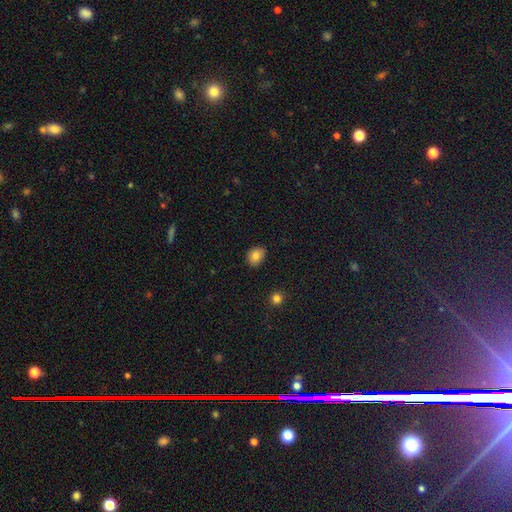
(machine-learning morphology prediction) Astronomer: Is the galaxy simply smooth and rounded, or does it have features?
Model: smooth — 83%.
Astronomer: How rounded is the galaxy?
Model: in between — 55% (runner-up: round, 44%).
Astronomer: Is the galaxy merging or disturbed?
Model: none — 85%.